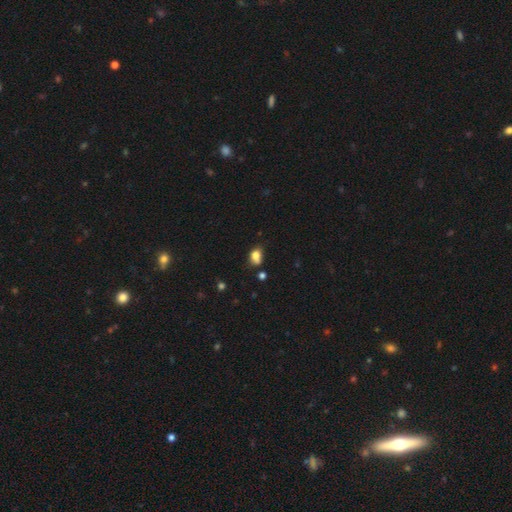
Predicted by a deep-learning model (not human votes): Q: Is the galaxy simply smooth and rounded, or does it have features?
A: smooth — 77%.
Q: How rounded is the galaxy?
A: in between — 68%.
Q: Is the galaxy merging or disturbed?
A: none — 44%.